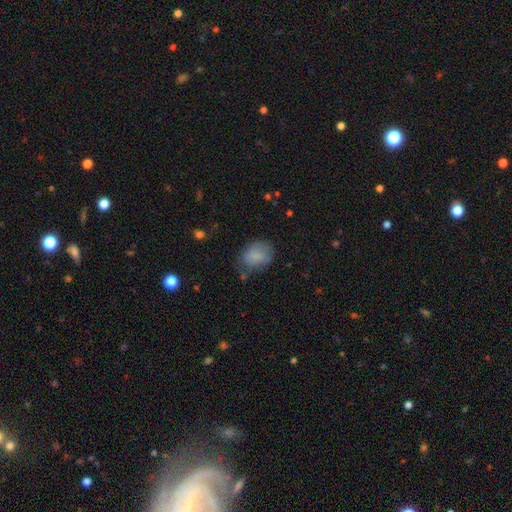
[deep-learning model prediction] A smooth galaxy with no disk features (83%) that is in between round and cigar-shaped (67%). Merging: none (57%).